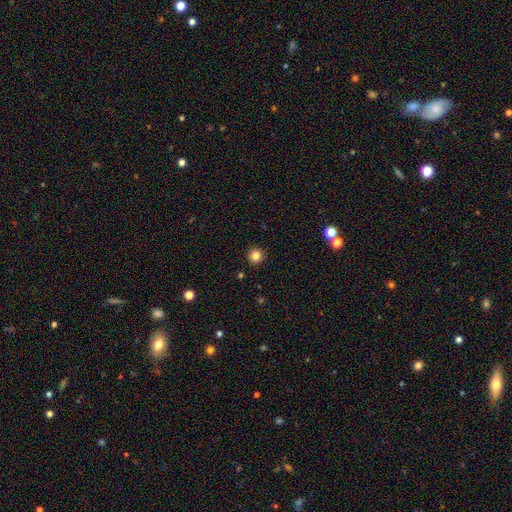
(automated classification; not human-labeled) Morphology: type=smooth (83%); roundness=round (95%); merging=none (93%).